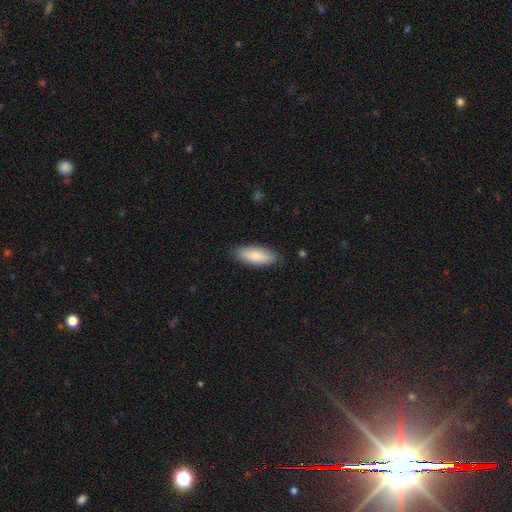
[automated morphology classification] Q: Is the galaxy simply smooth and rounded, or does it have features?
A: smooth — 85%.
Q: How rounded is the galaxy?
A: in between — 74%.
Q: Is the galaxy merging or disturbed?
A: none — 86%.